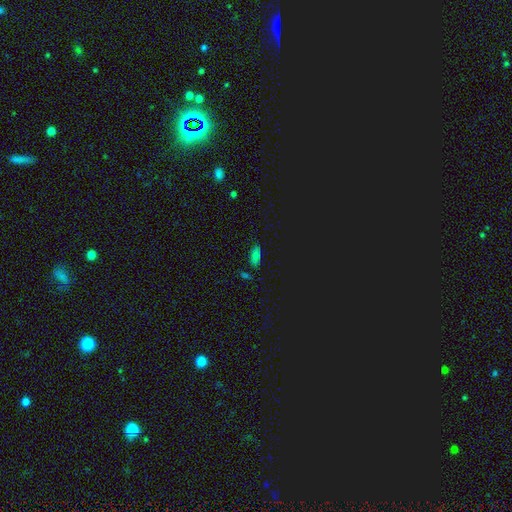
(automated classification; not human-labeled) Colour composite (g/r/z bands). It shows a smooth galaxy with no disk features (57%) that is in between round and cigar-shaped (83%). Merging: none (77%).